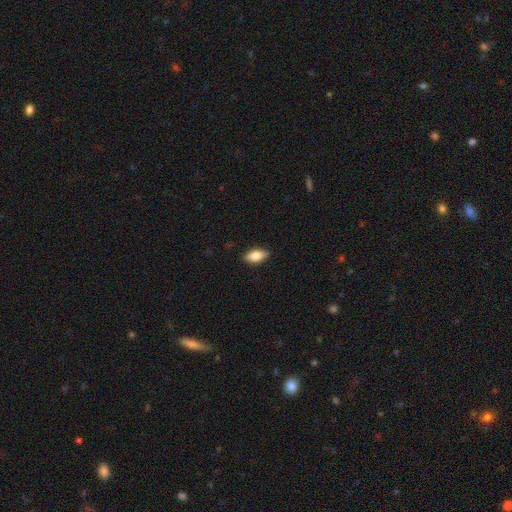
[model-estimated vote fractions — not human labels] This appears to be a smooth galaxy with no disk features (80%) that is in between round and cigar-shaped (88%). Merging: none (88%).